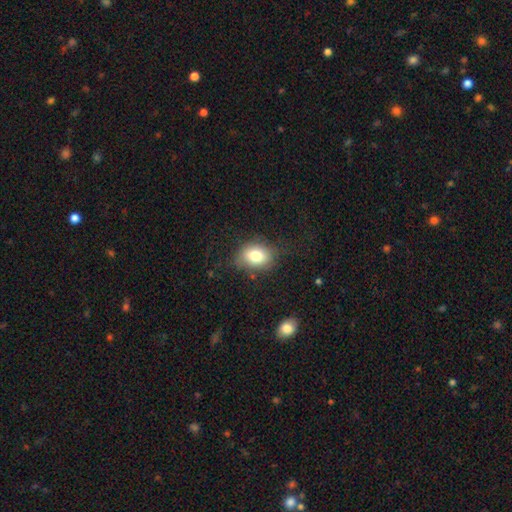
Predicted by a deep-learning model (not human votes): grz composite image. It shows a smooth galaxy with no disk features (79%) that is in between round and cigar-shaped (61%). Merging: none (74%).